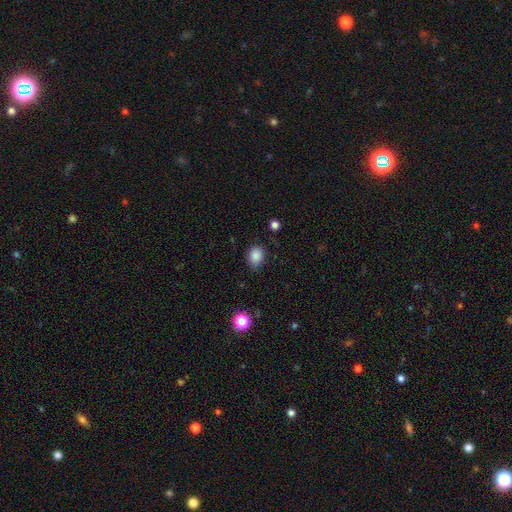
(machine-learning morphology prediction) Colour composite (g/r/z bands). It shows a smooth galaxy with no disk features (86%) that is in between round and cigar-shaped (61%). Merging: none (73%).